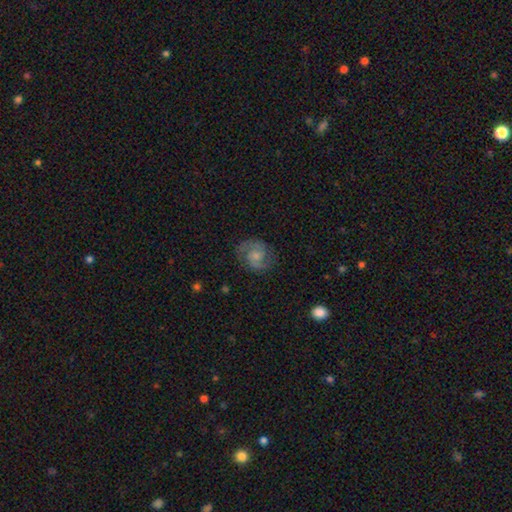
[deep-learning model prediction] This appears to be a featured or disk galaxy (75%) with no bar (60%), 2 (89%) medium (53%) spiral arms (95%) and a small central bulge (45%). Merging: none (77%).